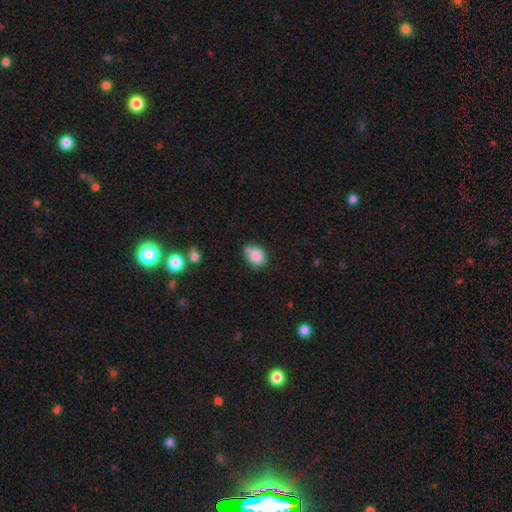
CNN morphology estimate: The model was most divided on "how rounded": round: 56%, in between: 43%, cigar-shaped: 1%. More confident: smooth or featured — smooth (84%); merging — none (57%).